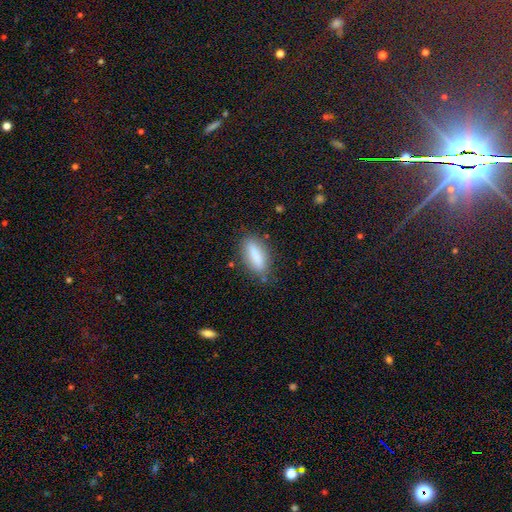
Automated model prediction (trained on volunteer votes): smooth-or-featured: smooth: 78% | featured or disk: 15% | star or artifact: 8%
  how-rounded: in between: 52% | cigar-shaped: 46% | round: 2%
  merging: none: 80% | minor disturbance: 14% | major disturbance: 4% | merger: 3%